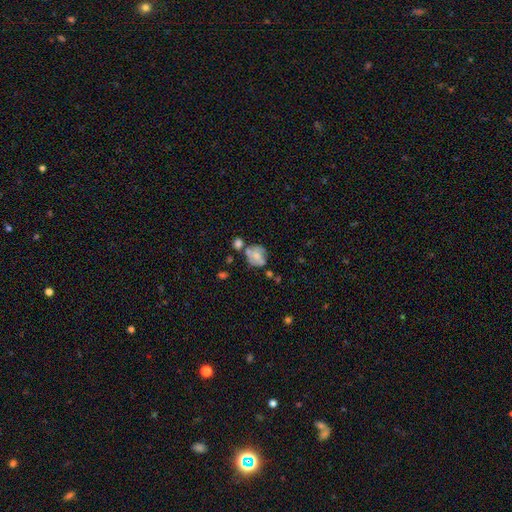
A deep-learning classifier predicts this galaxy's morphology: This is possibly a smooth galaxy (51%). How rounded: likely round (61%). Merging: marginally none (42%).